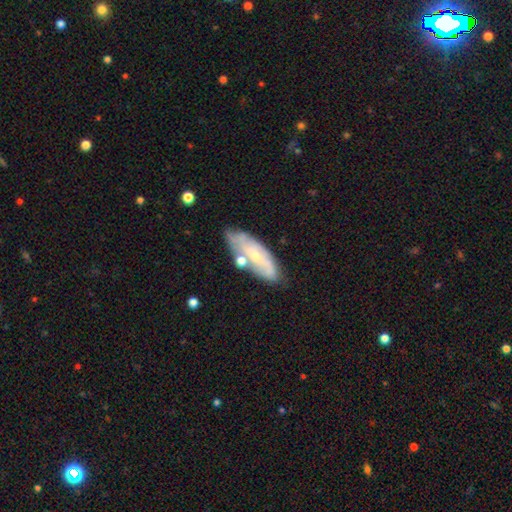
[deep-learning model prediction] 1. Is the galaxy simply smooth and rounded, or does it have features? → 55% featured or disk, 38% smooth, 7% star or artifact.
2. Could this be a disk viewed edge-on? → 81% no, 19% yes.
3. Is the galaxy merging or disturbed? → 60% none, 22% minor disturbance, 11% merger, 7% major disturbance.